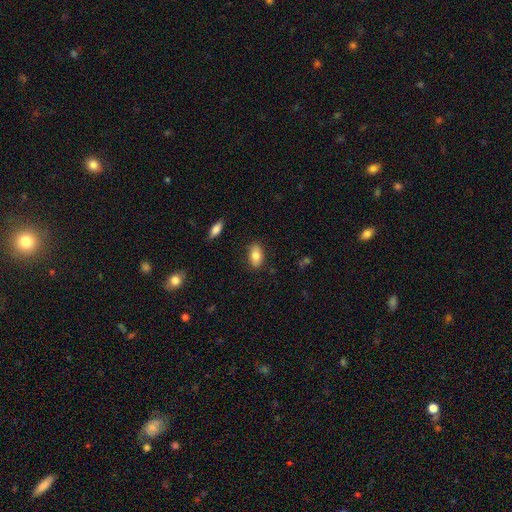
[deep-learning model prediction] Smooth or featured? Predicted: smooth (p=0.82). How rounded? Predicted: in between (p=0.91). Merging? Predicted: none (p=0.85).